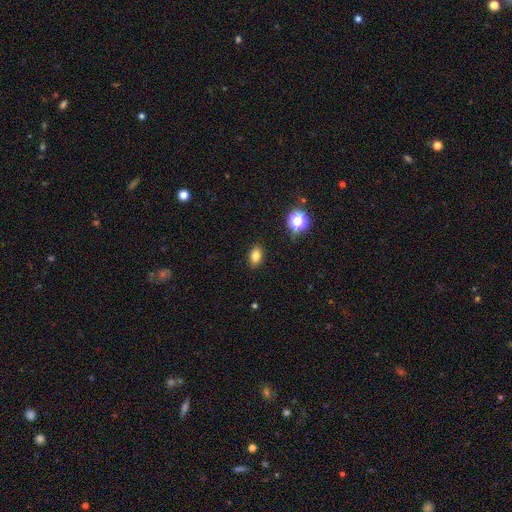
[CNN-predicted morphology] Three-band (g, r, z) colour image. It shows a smooth galaxy with no disk features (81%) that is in between round and cigar-shaped (81%). Merging: none (89%).